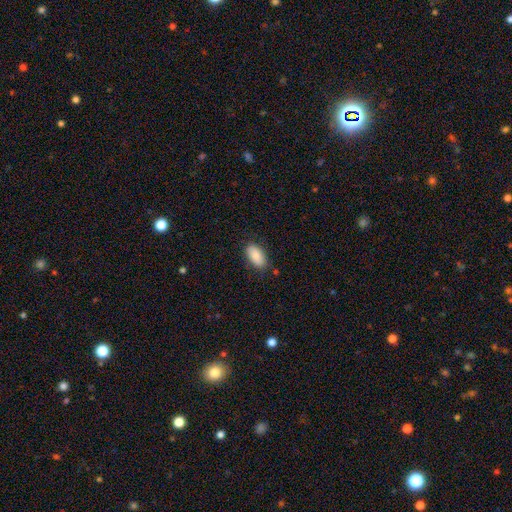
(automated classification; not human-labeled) Smooth or featured?
  - smooth: 84% *
  - featured or disk: 9%
  - star or artifact: 7%
How rounded?
  - in between: 94% *
  - round: 3%
  - cigar-shaped: 3%
Merging?
  - none: 82% *
  - minor disturbance: 14%
  - major disturbance: 3%
  - merger: 2%